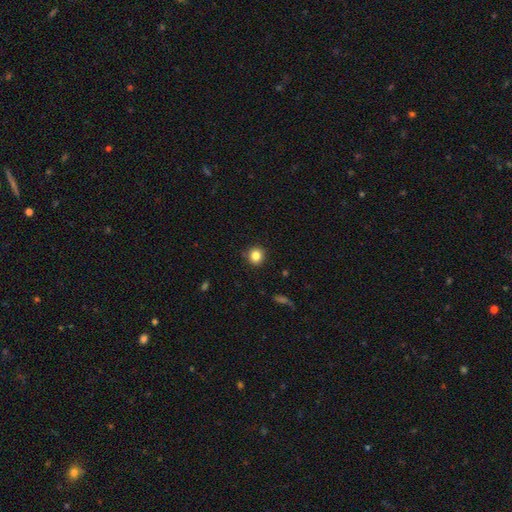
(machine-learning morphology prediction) Smooth or featured: smooth — 84% (star or artifact — 11%)
How rounded: round — 91% (in between — 8%)
Merging: none — 89% (minor disturbance — 8%)